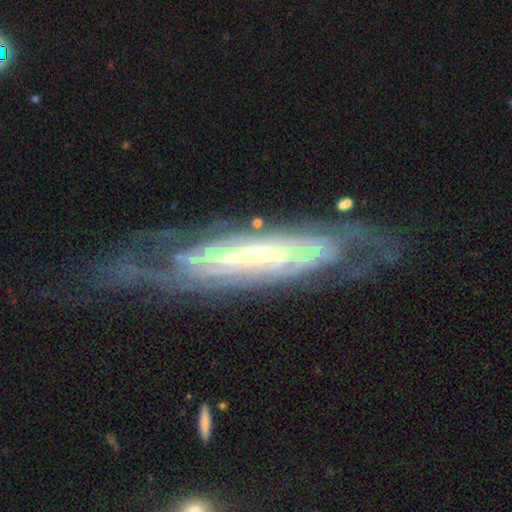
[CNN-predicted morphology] Smooth or featured: featured or disk — 82% (smooth — 11%)
Edge-on disk: no — 70% (yes — 30%)
Bar: no — 38% (weak — 34%)
Spiral arms: yes — 92% (no — 8%)
Spiral winding: tight — 65% (medium — 28%)
Spiral arm count: can't tell — 51% (2 — 24%)
Bulge size: small — 53% (moderate — 25%)
Merging: none — 65% (minor disturbance — 20%)